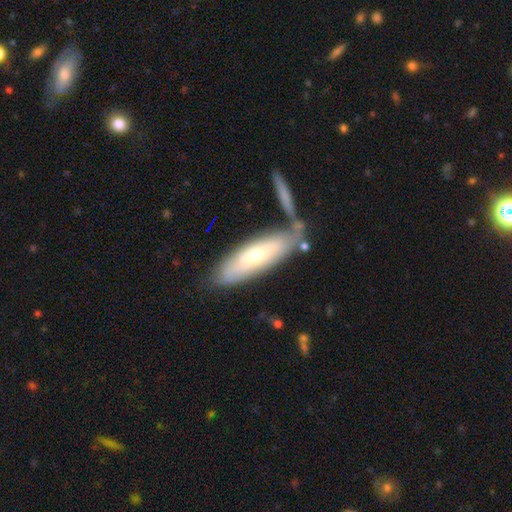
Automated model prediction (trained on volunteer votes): smooth_or_featured: smooth (p=0.56) [alt: featured or disk p=0.38]
how_rounded: cigar-shaped (p=0.54) [alt: in between p=0.44]
merging: none (p=0.57) [alt: merger p=0.20]